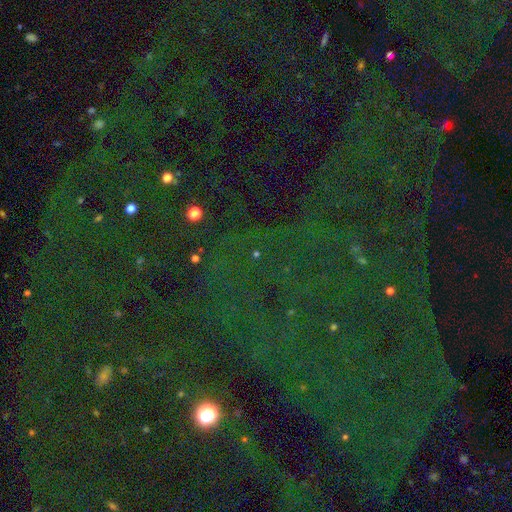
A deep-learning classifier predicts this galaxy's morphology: type=star or artifact (81%).